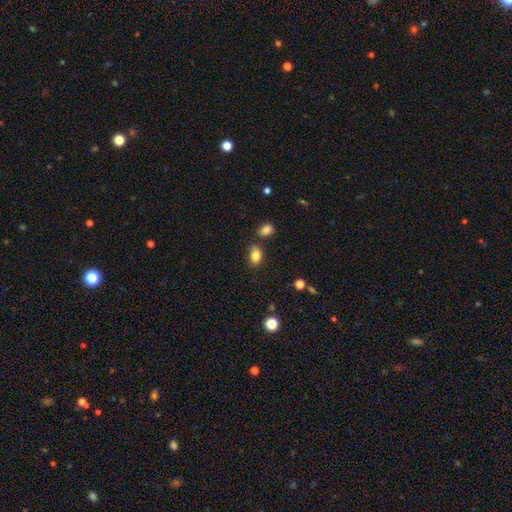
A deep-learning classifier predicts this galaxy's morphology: Smooth or featured? Predicted: smooth (p=0.83). How rounded? Predicted: in between (p=0.83). Merging? Predicted: none (p=0.75).